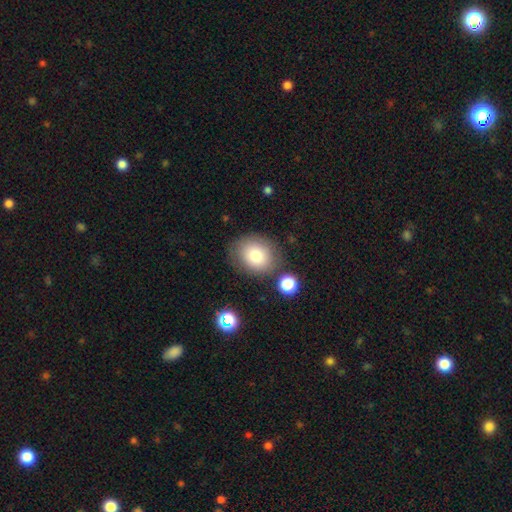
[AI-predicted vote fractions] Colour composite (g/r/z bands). It shows a smooth galaxy with no disk features (80%) that is round (60%). Merging: none (76%).